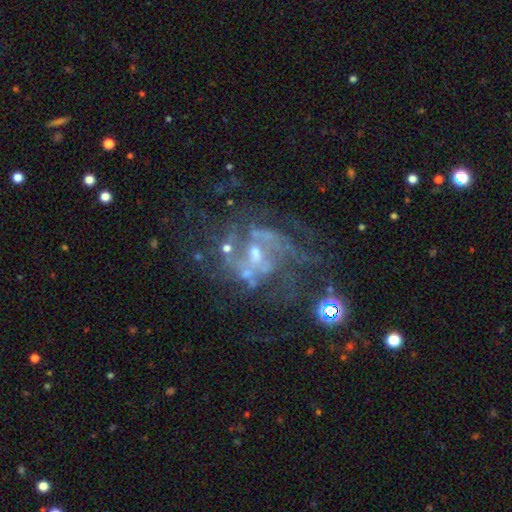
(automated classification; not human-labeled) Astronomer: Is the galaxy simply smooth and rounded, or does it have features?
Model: featured or disk — 82%.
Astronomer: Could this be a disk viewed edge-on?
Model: no — 98%.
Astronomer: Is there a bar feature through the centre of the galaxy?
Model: weak — 45% (runner-up: no, 41%).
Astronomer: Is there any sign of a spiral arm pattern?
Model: yes — 87%.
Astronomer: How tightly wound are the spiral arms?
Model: medium — 48% (runner-up: tight, 27%).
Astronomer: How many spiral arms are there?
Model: can't tell — 32% (runner-up: 2, 29%).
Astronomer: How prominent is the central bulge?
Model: small — 57% (runner-up: moderate, 33%).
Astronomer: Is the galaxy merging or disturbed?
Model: none — 54%.